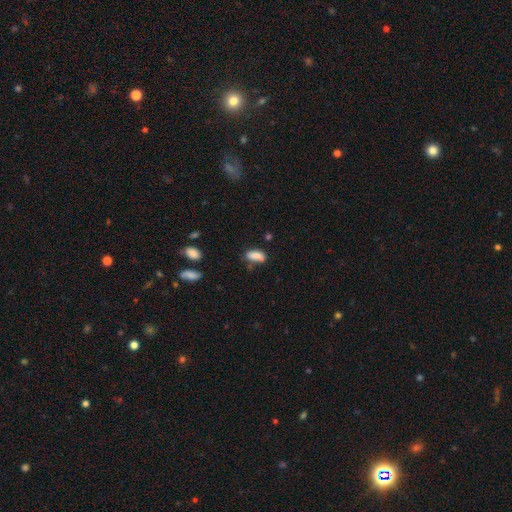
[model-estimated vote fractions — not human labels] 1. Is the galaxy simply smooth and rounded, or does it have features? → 85% smooth, 8% star or artifact, 7% featured or disk.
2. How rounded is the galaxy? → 85% in between, 12% cigar-shaped, 3% round.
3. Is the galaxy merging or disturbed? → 61% none, 26% minor disturbance, 6% major disturbance, 6% merger.